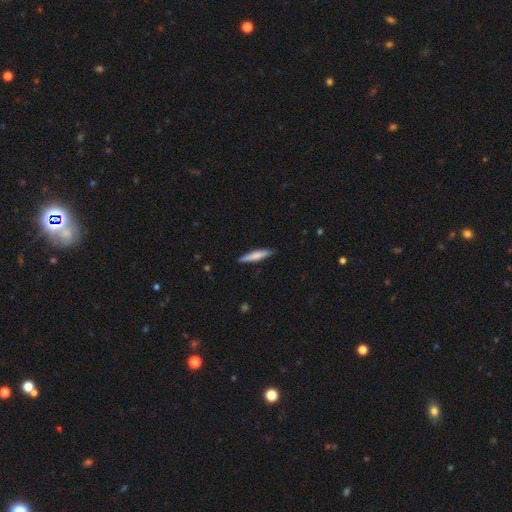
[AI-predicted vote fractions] Smooth or featured? smooth (66%)
How rounded? cigar-shaped (89%)
Merging? none (88%)